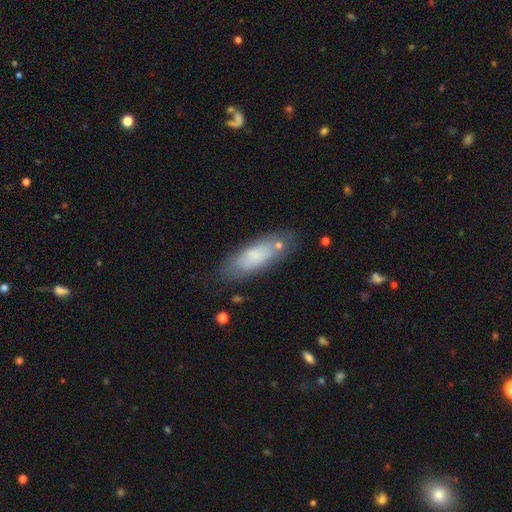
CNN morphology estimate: smooth_or_featured: smooth (p=0.69) [alt: featured or disk p=0.23]
how_rounded: in between (p=0.60) [alt: cigar-shaped p=0.38]
merging: none (p=0.71) [alt: minor disturbance p=0.19]